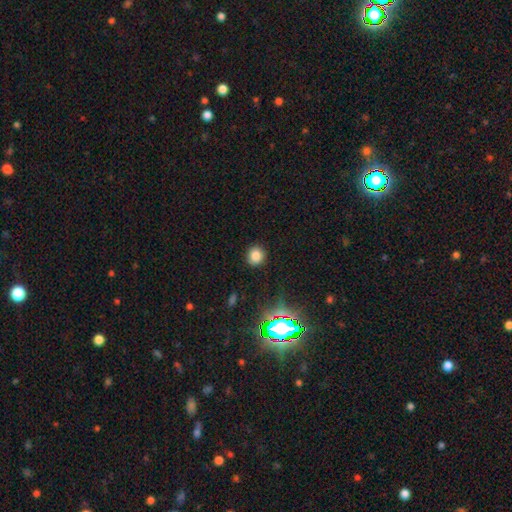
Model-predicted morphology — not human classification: smooth 79%, star or artifact 16%, featured or disk 5%. Down the decision tree: how rounded — round (86%); merging — none (90%).